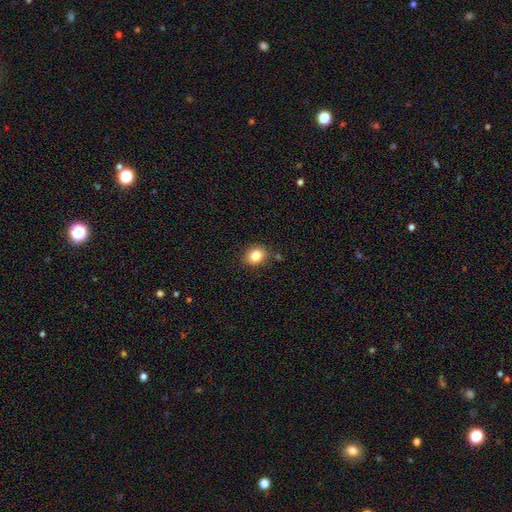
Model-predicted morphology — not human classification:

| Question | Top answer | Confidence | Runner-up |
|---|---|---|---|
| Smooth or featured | smooth | 83% | star or artifact (10%) |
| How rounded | round | 58% | in between (42%) |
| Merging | none | 84% | minor disturbance (11%) |